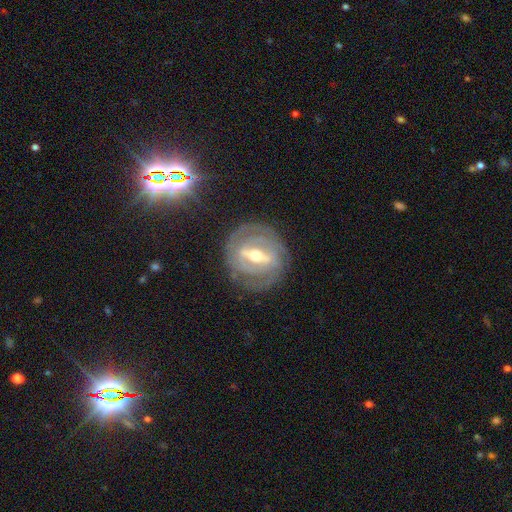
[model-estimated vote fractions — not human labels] smooth-or-featured: featured or disk: 85% | smooth: 9% | star or artifact: 6%
  disk-edge-on: no: 89% | yes: 11%
    bar: strong: 69% | weak: 24% | no: 7%
    has-spiral-arms: yes: 83% | no: 17%
      spiral-winding: tight: 72% | medium: 21% | loose: 6%
      spiral-arm-count: can't tell: 36% | 2: 34% | 3: 15% | 4: 7% | 1: 5% | more than 4: 4%
    bulge-size: moderate: 68% | small: 24% | large: 6% | none: 1% | dominant: 1%
  merging: none: 79% | minor disturbance: 13% | major disturbance: 6% | merger: 1%